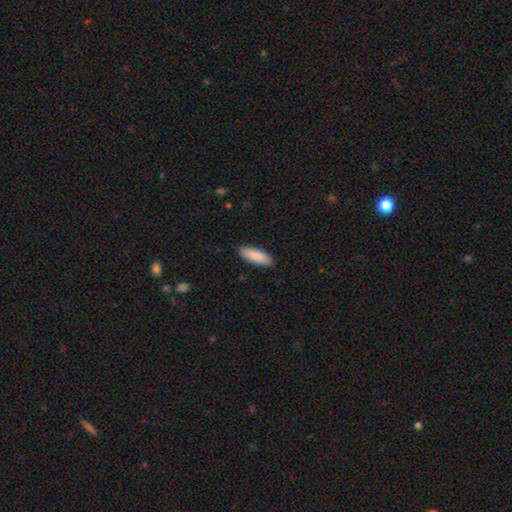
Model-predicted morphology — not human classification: Smooth or featured?
  - smooth: 89% *
  - featured or disk: 6%
  - star or artifact: 5%
How rounded?
  - in between: 62% *
  - cigar-shaped: 37%
  - round: 2%
Merging?
  - none: 90% *
  - minor disturbance: 7%
  - major disturbance: 2%
  - merger: 1%